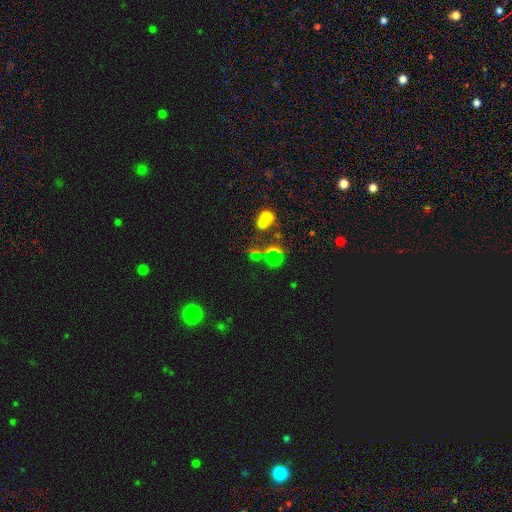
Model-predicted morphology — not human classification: smooth 45%, star or artifact 42%, featured or disk 14%. Down the decision tree: merging — none (57%).